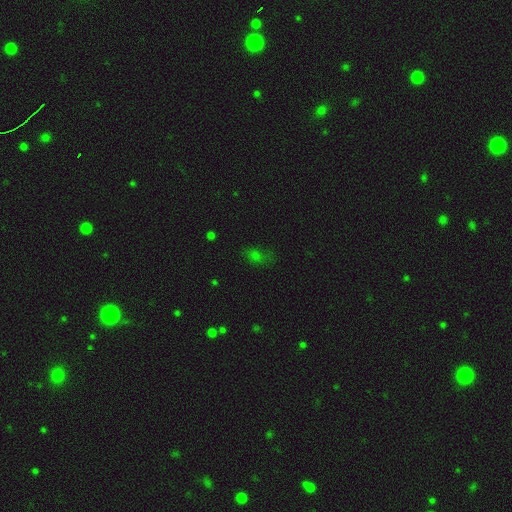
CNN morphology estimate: A smooth galaxy with no disk features (54%) that is in between round and cigar-shaped (70%).

Vote fractions:
- Smooth or featured? smooth: 54% / star or artifact: 36% / featured or disk: 11%
- How rounded? in between: 70% / round: 26% / cigar-shaped: 4%
- Merging? none: 66% / minor disturbance: 19% / major disturbance: 12% / merger: 3%